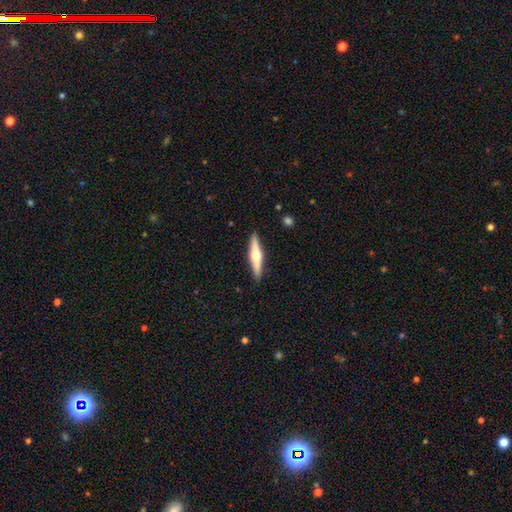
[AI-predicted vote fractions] Q: Smooth or featured?
A: featured or disk (59%); runner-up: smooth (36%)
Q: Edge-on disk?
A: yes (96%); runner-up: no (4%)
Q: Edge-on bulge?
A: rounded (92%); runner-up: none (4%)
Q: Merging?
A: none (91%); runner-up: minor disturbance (7%)